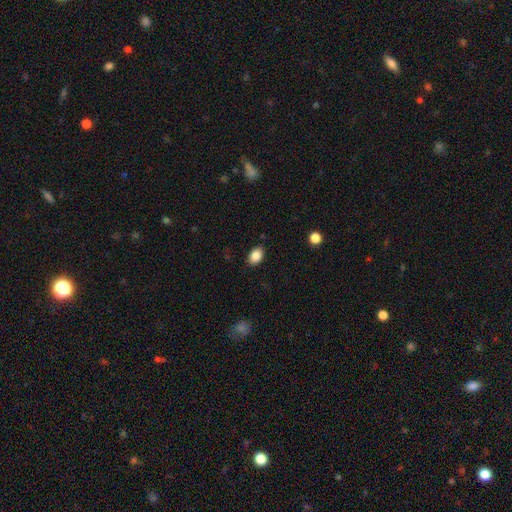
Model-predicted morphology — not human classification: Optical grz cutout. It shows a smooth galaxy with no disk features (87%) that is in between round and cigar-shaped (84%). Merging: none (87%).